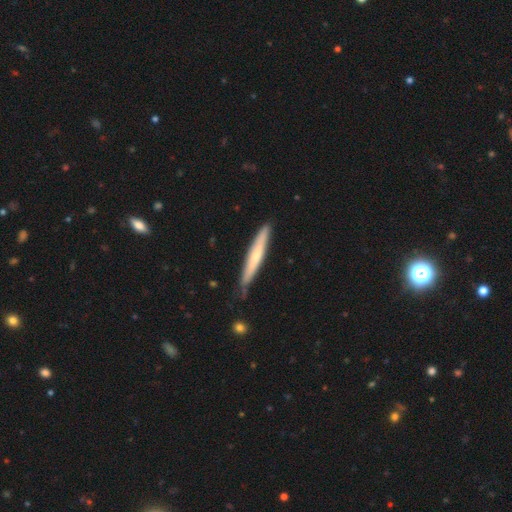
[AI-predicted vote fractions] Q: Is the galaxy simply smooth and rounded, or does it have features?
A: smooth — 52%.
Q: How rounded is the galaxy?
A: cigar-shaped — 95%.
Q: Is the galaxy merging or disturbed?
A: none — 83%.